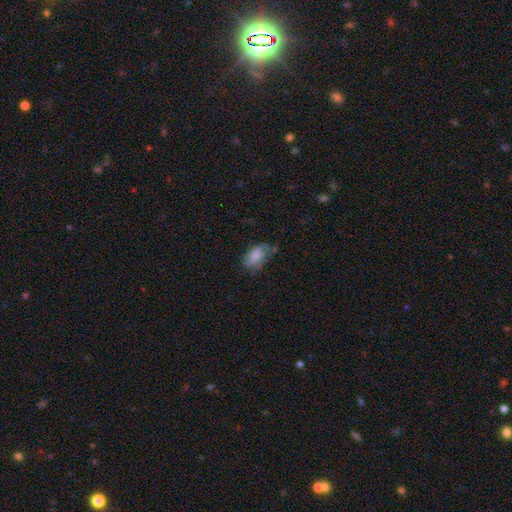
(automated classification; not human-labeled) Q: Smooth or featured?
A: smooth (74%); runner-up: featured or disk (19%)
Q: How rounded?
A: in between (91%); runner-up: round (6%)
Q: Merging?
A: none (46%); runner-up: minor disturbance (35%)